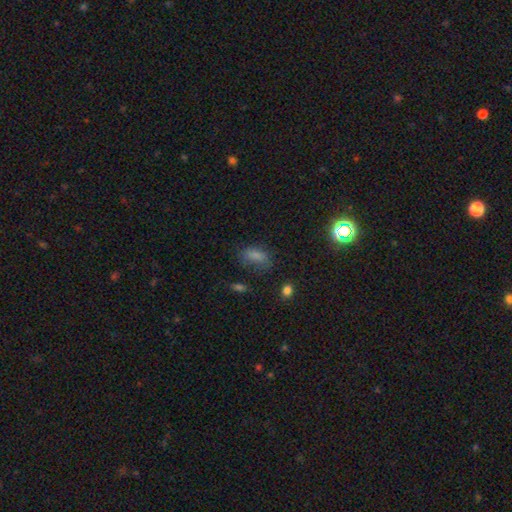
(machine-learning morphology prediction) This is likely a smooth galaxy (75%). How rounded: clearly in between (85%). Merging: possibly none (56%).